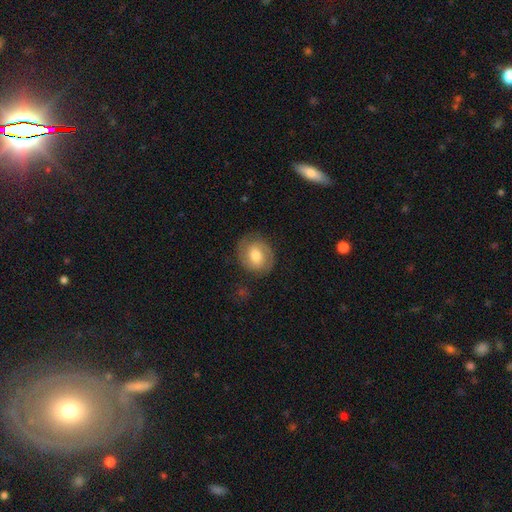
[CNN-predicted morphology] This is possibly a featured or disk galaxy (50%). It is clearly not viewed edge-on (97%). Merging: clearly none (80%).